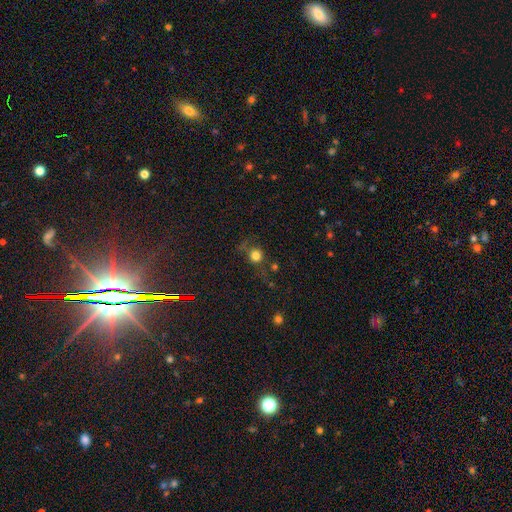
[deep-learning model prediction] A smooth galaxy with no disk features (71%) that is round (90%).

Vote fractions:
- Smooth or featured? smooth: 71% / star or artifact: 17% / featured or disk: 12%
- How rounded? round: 90% / in between: 9% / cigar-shaped: 1%
- Merging? none: 69% / minor disturbance: 16% / major disturbance: 11% / merger: 5%